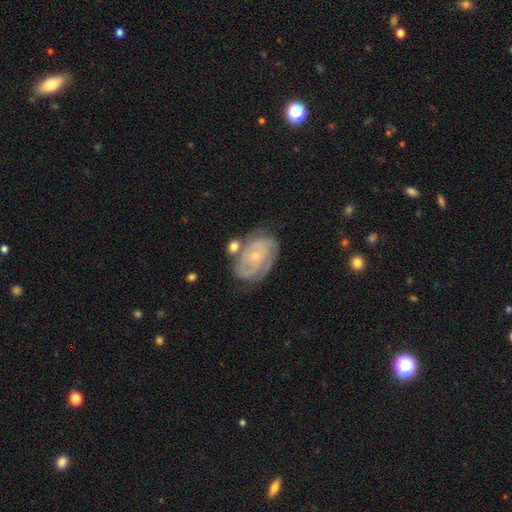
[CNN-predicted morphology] smooth_or_featured: featured or disk (p=0.78) [alt: smooth p=0.15]
disk_edge_on: no (p=0.97) [alt: yes p=0.03]
bar: no (p=0.76) [alt: weak p=0.20]
has_spiral_arms: yes (p=0.90) [alt: no p=0.10]
spiral_winding: tight (p=0.66) [alt: medium p=0.27]
spiral_arm_count: can't tell (p=0.34) [alt: 2 p=0.33]
bulge_size: small (p=0.77) [alt: moderate p=0.19]
merging: none (p=0.64) [alt: minor disturbance p=0.20]